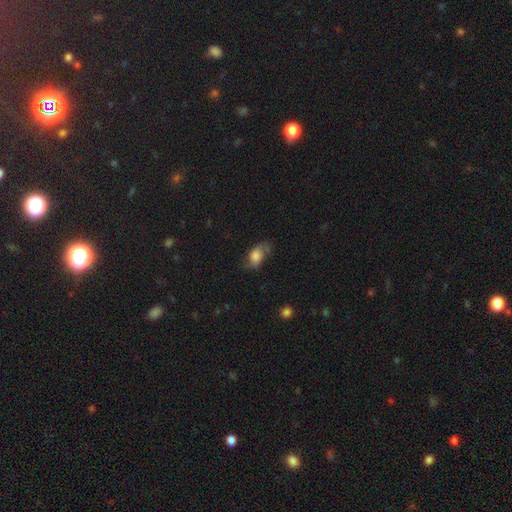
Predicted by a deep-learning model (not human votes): Q: Smooth or featured?
A: smooth (63%); runner-up: featured or disk (27%)
Q: How rounded?
A: in between (85%); runner-up: round (12%)
Q: Merging?
A: none (51%); runner-up: minor disturbance (30%)